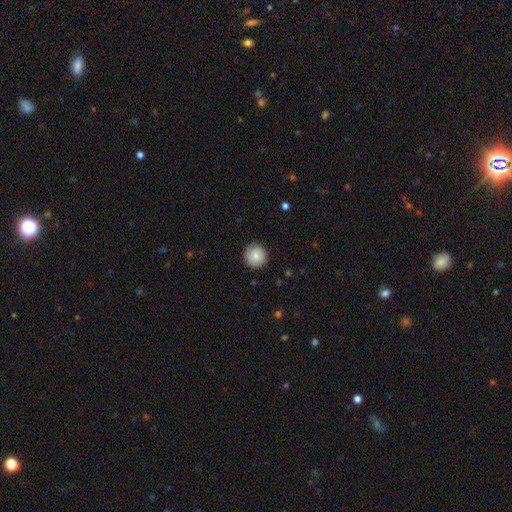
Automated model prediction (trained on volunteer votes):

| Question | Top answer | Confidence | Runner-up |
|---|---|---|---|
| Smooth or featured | smooth | 79% | featured or disk (14%) |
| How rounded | round | 94% | in between (5%) |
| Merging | none | 86% | minor disturbance (10%) |